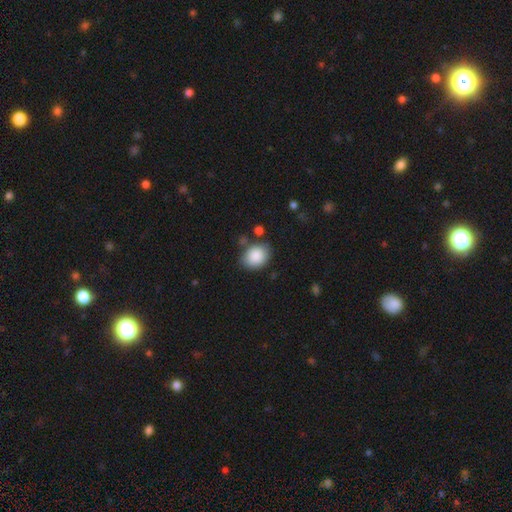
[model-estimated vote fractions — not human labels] Q: Smooth or featured?
A: smooth (88%); runner-up: star or artifact (7%)
Q: How rounded?
A: in between (58%); runner-up: round (41%)
Q: Merging?
A: none (75%); runner-up: minor disturbance (15%)